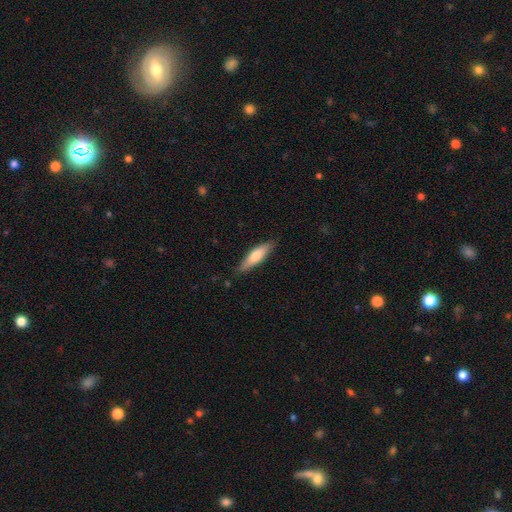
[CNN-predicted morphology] Overall: smooth (66%; featured or disk 29%). How rounded: cigar-shaped (65%; in between 33%). Merging: none (82%).